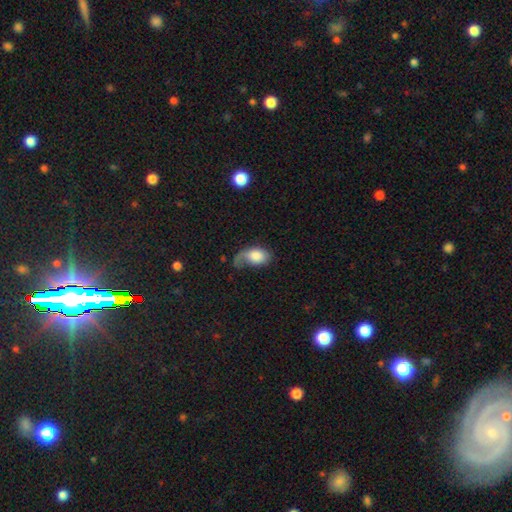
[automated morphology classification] type=smooth (67%); roundness=in between (86%); merging=major disturbance (43%).